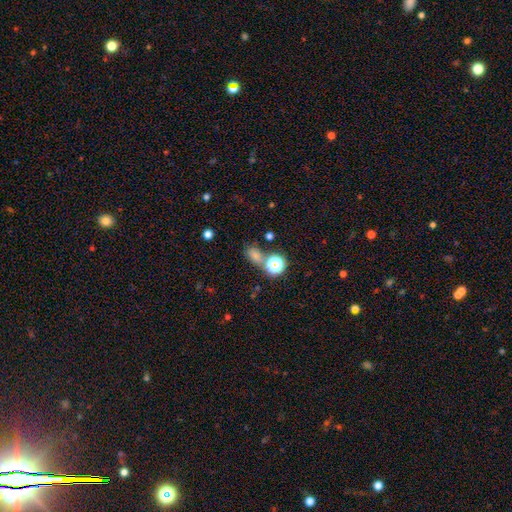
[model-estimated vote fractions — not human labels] A smooth galaxy with no disk features (63%) that is in between round and cigar-shaped (64%). Merging: none (58%).